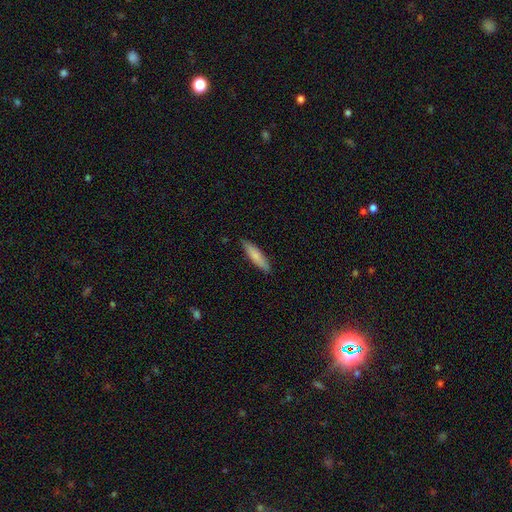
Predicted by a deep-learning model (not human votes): Smooth or featured: smooth — 75% (featured or disk — 19%)
How rounded: cigar-shaped — 78% (in between — 21%)
Merging: none — 85% (minor disturbance — 12%)